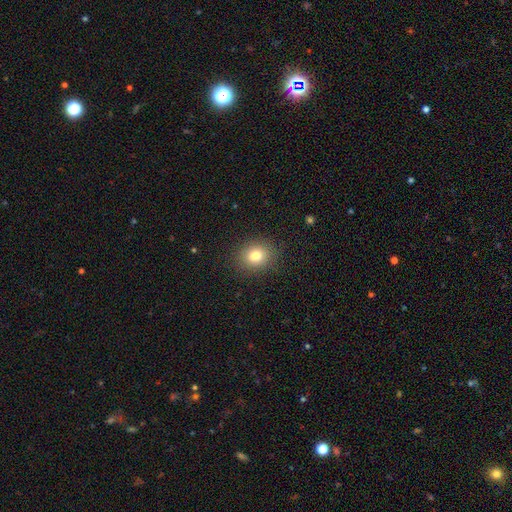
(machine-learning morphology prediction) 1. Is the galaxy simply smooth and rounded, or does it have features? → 80% smooth, 12% star or artifact, 8% featured or disk.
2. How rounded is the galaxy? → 64% round, 35% in between, 1% cigar-shaped.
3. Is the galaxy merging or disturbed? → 88% none, 8% minor disturbance, 3% major disturbance, 1% merger.